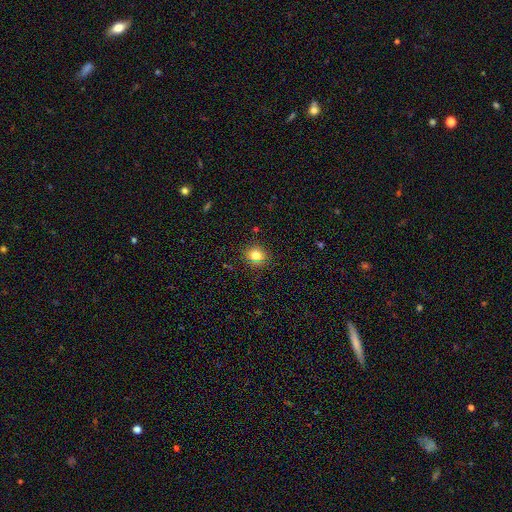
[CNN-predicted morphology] The model was most divided on "smooth or featured": smooth: 79%, star or artifact: 14%, featured or disk: 7%. More confident: merging — none (88%); how rounded — round (86%).